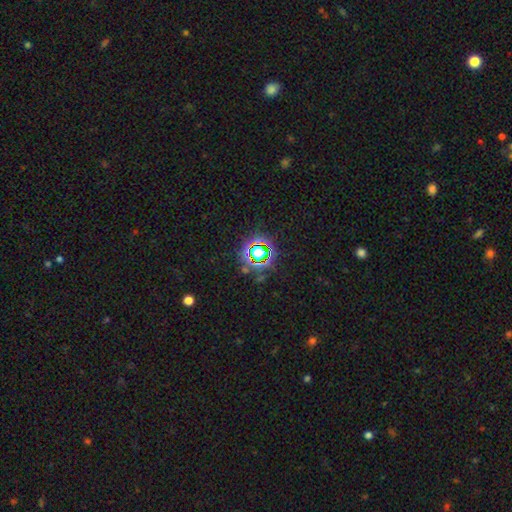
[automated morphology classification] The model was most divided on "smooth or featured": star or artifact: 72%, smooth: 17%, featured or disk: 10%.